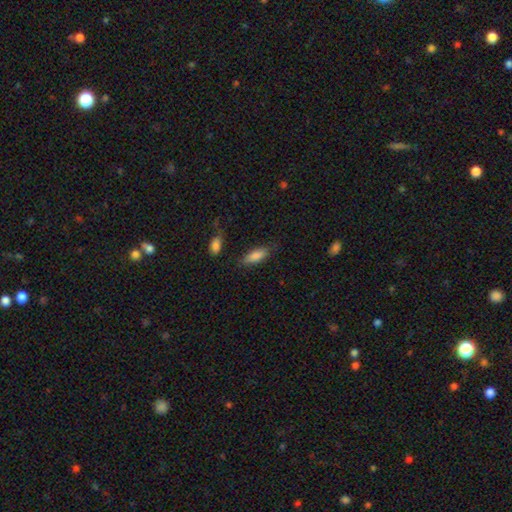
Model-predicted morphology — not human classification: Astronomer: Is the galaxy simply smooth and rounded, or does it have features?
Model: smooth — 84%.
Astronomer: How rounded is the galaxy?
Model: in between — 63%.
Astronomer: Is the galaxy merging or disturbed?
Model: none — 75%.